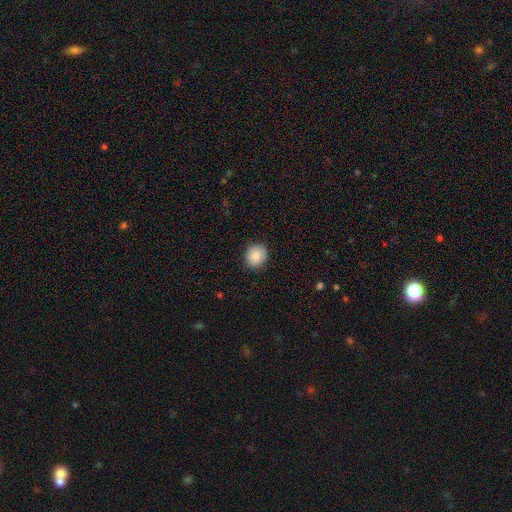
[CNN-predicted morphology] type=smooth (86%); roundness=round (76%); merging=none (89%).